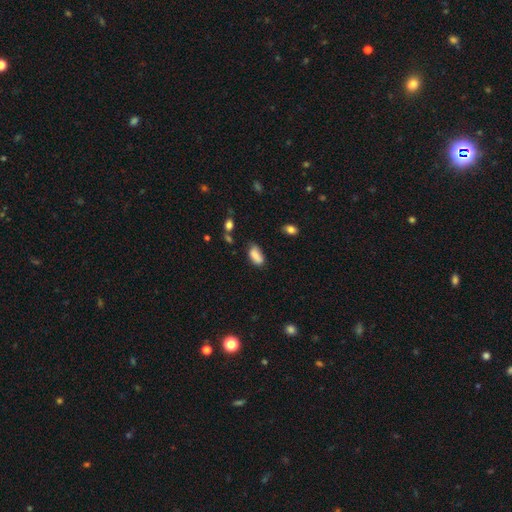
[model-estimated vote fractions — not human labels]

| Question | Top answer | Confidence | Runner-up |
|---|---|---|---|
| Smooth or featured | smooth | 84% | star or artifact (8%) |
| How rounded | in between | 88% | cigar-shaped (8%) |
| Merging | none | 62% | minor disturbance (27%) |